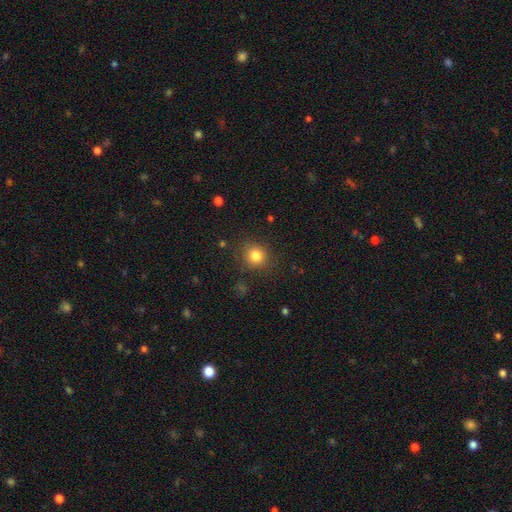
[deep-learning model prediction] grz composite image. It shows a smooth galaxy with no disk features (82%) that is round (87%). Merging: none (85%).